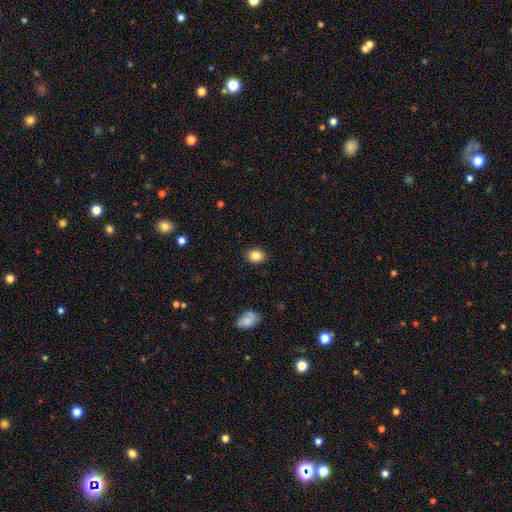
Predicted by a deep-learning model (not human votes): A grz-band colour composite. It shows a smooth galaxy with no disk features (85%) that is in between round and cigar-shaped (61%). Merging: none (89%).